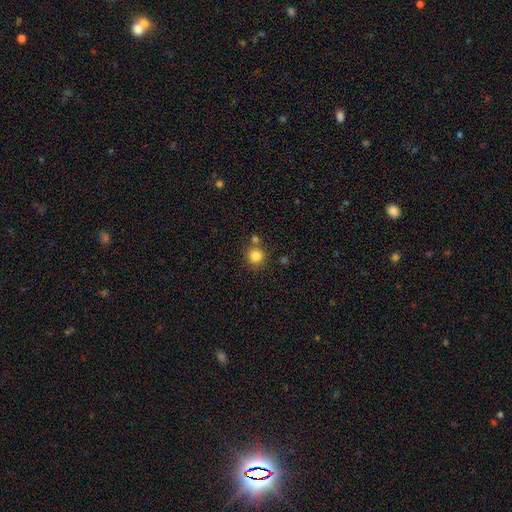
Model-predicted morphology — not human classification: Overall: smooth (83%). How rounded: round (92%). Merging: none (75%).